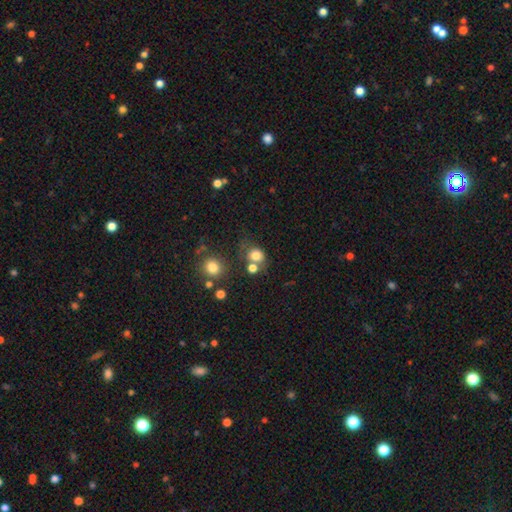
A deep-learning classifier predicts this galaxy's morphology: Smooth or featured? smooth (77%)
How rounded? round (68%)
Merging? none (51%)